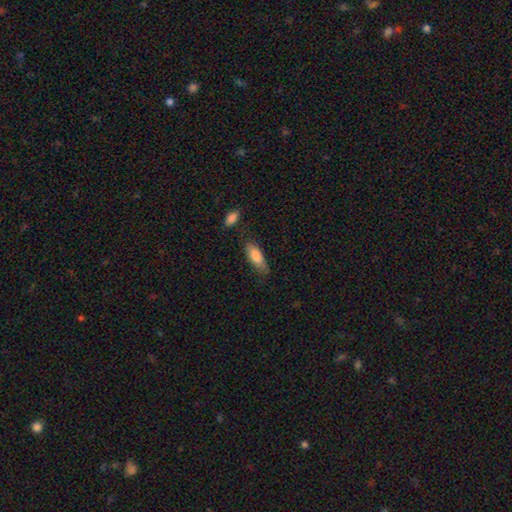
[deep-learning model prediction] Smooth or featured?
  - smooth: 81% *
  - featured or disk: 13%
  - star or artifact: 6%
How rounded?
  - in between: 59% *
  - cigar-shaped: 39%
  - round: 2%
Merging?
  - none: 67% *
  - minor disturbance: 23%
  - major disturbance: 5%
  - merger: 4%